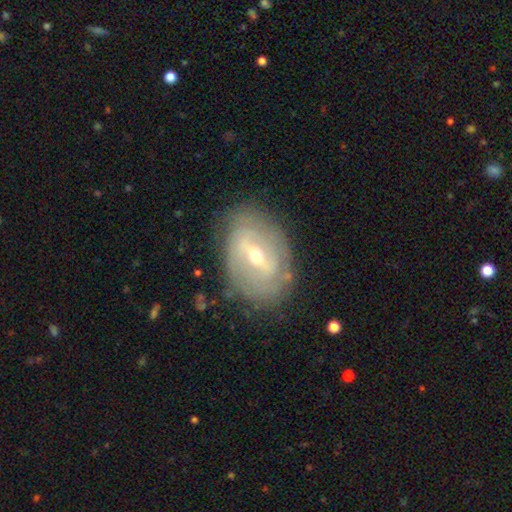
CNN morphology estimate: This is likely a featured or disk galaxy (76%). It is clearly not viewed edge-on (93%). Bar: possibly weak (45%). Spiral arm pattern: likely yes (65%). Central bulge: possibly small (49%). Merging: likely none (76%).